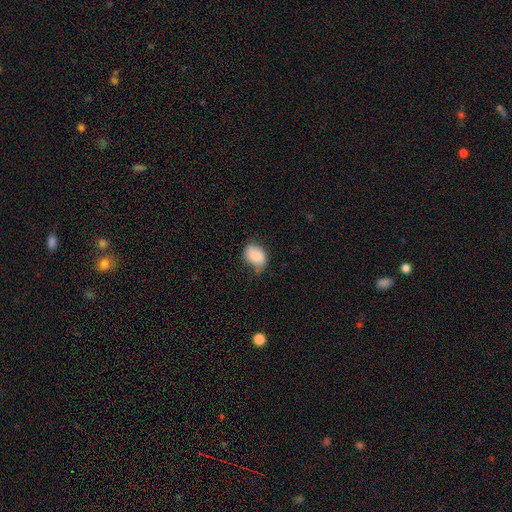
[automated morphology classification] Smooth or featured?
  - smooth: 84% *
  - featured or disk: 8%
  - star or artifact: 7%
How rounded?
  - in between: 76% *
  - round: 23%
  - cigar-shaped: 1%
Merging?
  - none: 58% *
  - minor disturbance: 32%
  - major disturbance: 8%
  - merger: 2%